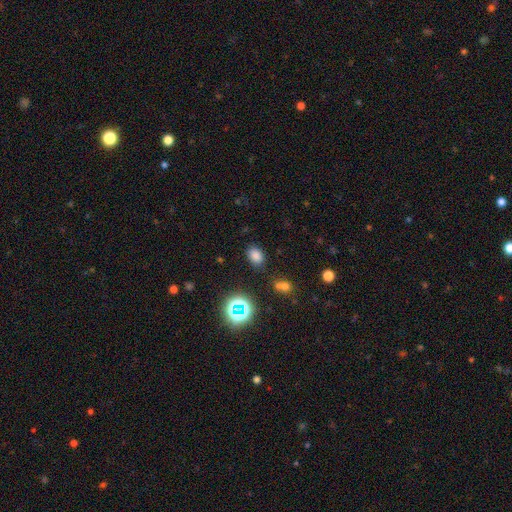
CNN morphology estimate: type=smooth (75%); roundness=in between (75%); merging=none (82%).